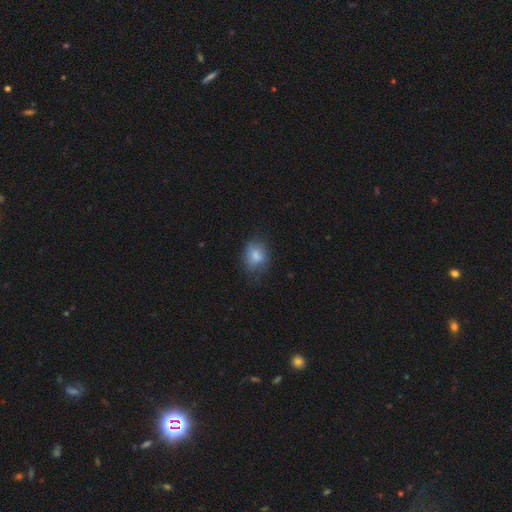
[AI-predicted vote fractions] Q: Smooth or featured?
A: smooth (78%); runner-up: featured or disk (13%)
Q: How rounded?
A: in between (56%); runner-up: round (43%)
Q: Merging?
A: none (58%); runner-up: minor disturbance (29%)